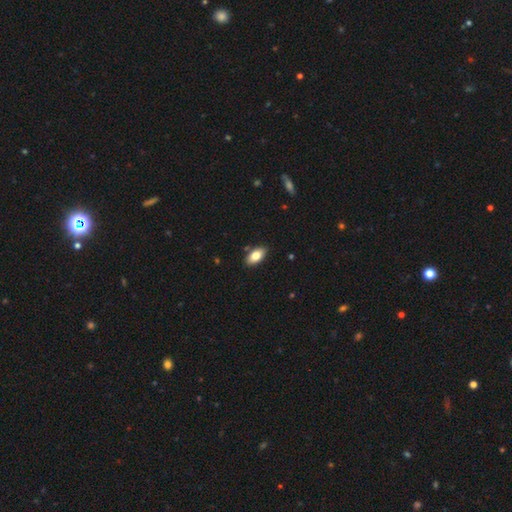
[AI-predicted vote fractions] smooth 81%, featured or disk 12%, star or artifact 7%. Down the decision tree: how rounded — in between (93%); merging — none (87%).